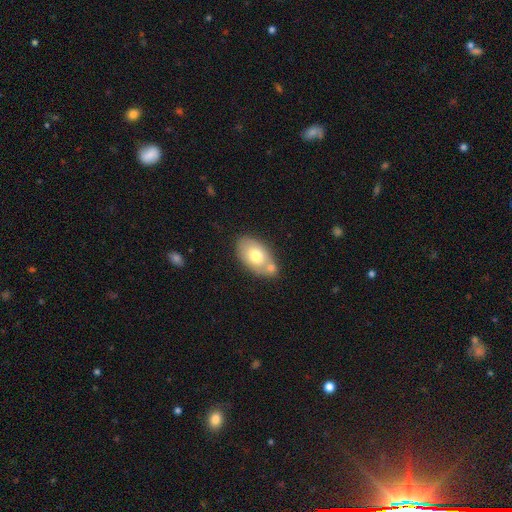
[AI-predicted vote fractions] Q: Smooth or featured?
A: smooth (67%); runner-up: featured or disk (26%)
Q: How rounded?
A: in between (91%); runner-up: round (8%)
Q: Merging?
A: none (48%); runner-up: merger (32%)